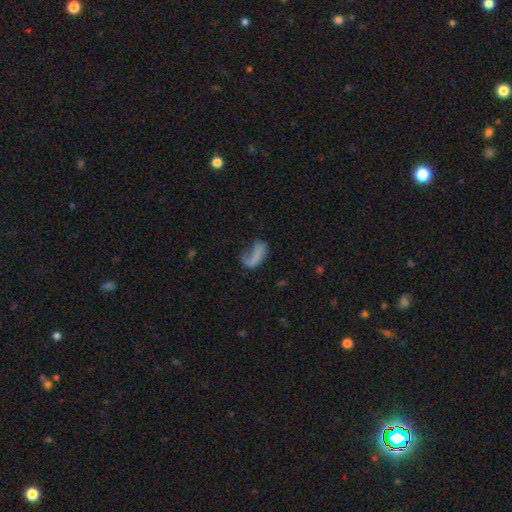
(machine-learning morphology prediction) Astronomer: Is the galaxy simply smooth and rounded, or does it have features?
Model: smooth — 57% (runner-up: featured or disk, 32%).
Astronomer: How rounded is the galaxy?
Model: in between — 83%.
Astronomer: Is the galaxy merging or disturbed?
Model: major disturbance — 46% (runner-up: none, 29%).